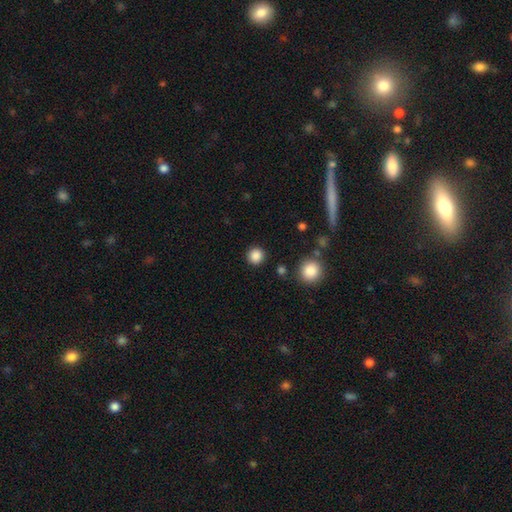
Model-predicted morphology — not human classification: Overall: smooth (86%). How rounded: round (94%). Merging: none (90%).